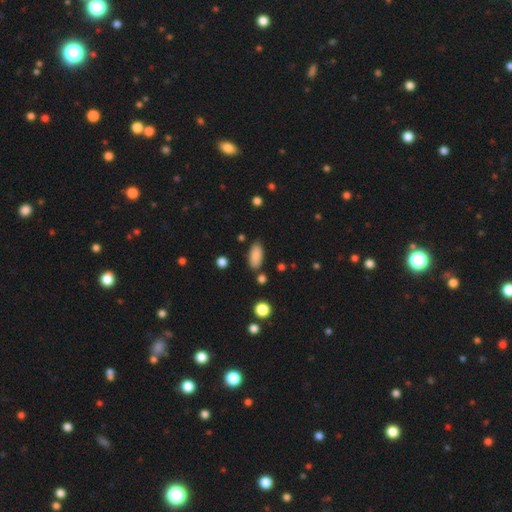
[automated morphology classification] A smooth galaxy with no disk features (88%) that is in between round and cigar-shaped (86%). Merging: none (82%).